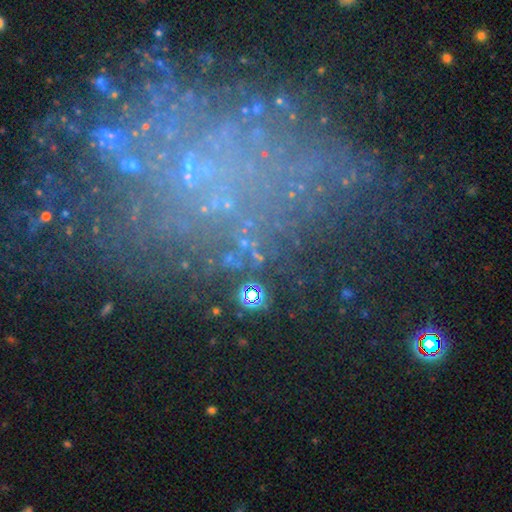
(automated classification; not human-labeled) smooth_or_featured: star or artifact (p=0.45) [alt: featured or disk p=0.35]